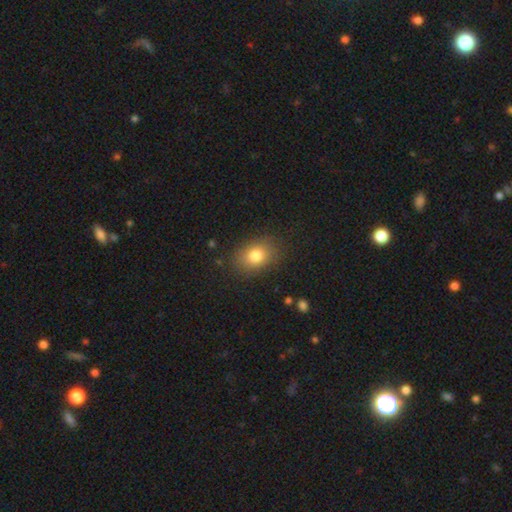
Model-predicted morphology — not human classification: A smooth galaxy with no disk features (81%) that is in between round and cigar-shaped (71%).

Vote fractions:
- Smooth or featured? smooth: 81% / star or artifact: 10% / featured or disk: 10%
- How rounded? in between: 71% / round: 28% / cigar-shaped: 1%
- Merging? none: 84% / minor disturbance: 11% / major disturbance: 4% / merger: 1%